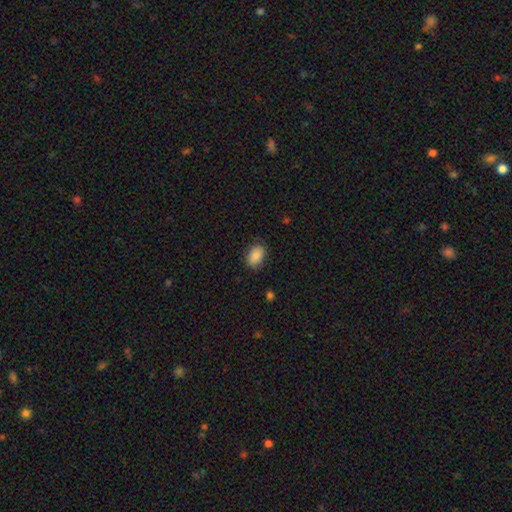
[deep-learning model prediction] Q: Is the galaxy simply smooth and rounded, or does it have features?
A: smooth — 87%.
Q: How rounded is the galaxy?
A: in between — 88%.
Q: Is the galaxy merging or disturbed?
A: none — 84%.